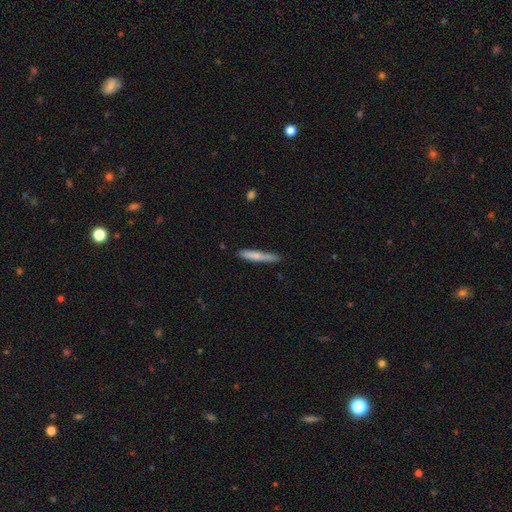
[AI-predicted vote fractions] This appears to be a smooth galaxy with no disk features (72%) that is cigar-shaped (94%). Merging: none (77%).